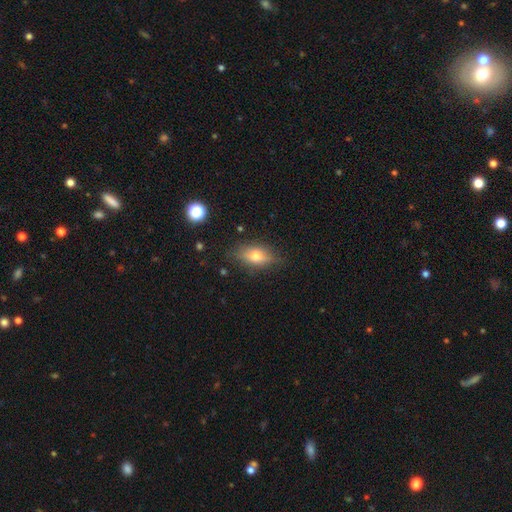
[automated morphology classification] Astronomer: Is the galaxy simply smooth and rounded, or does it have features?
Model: smooth — 60%.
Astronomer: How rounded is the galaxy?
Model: in between — 77%.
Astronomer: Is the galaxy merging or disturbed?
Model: none — 79%.